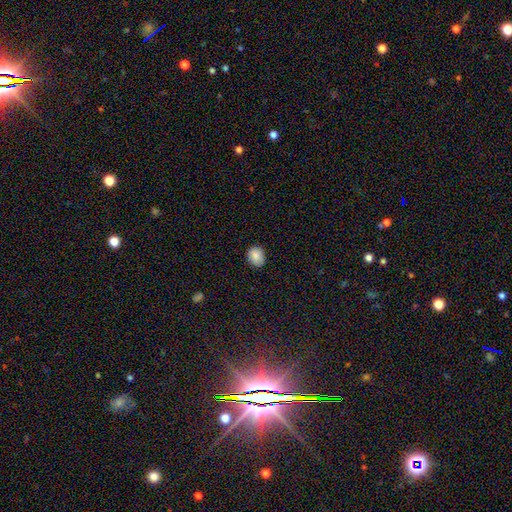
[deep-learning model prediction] smooth_or_featured: smooth (p=0.87) [alt: star or artifact p=0.08]
how_rounded: round (p=0.55) [alt: in between p=0.44]
merging: none (p=0.82) [alt: minor disturbance p=0.14]